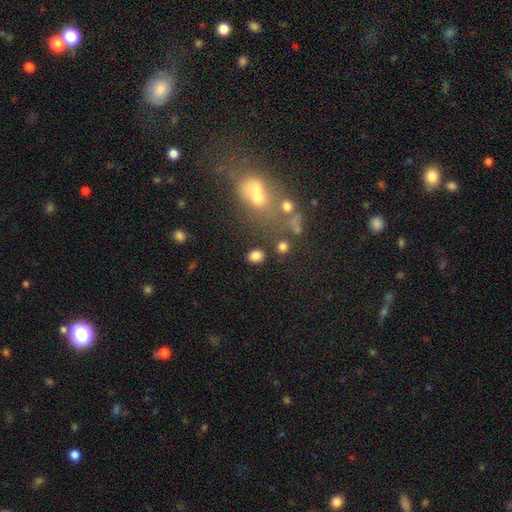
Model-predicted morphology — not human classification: smooth-or-featured: smooth: 81% | star or artifact: 13% | featured or disk: 6%
  how-rounded: in between: 54% | round: 45% | cigar-shaped: 2%
  merging: none: 80% | minor disturbance: 10% | merger: 6% | major disturbance: 4%